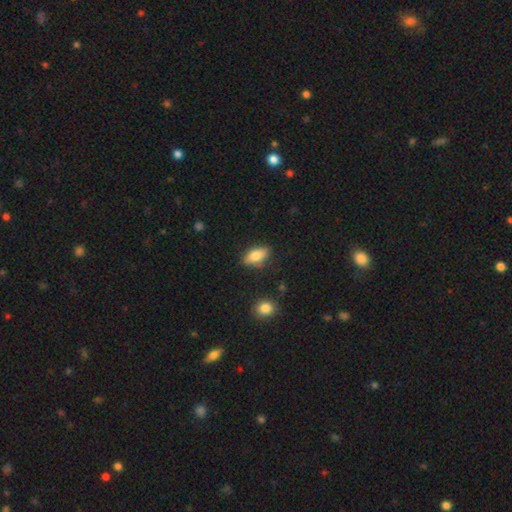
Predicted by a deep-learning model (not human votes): Overall: smooth (80%). How rounded: in between (87%). Merging: none (80%).